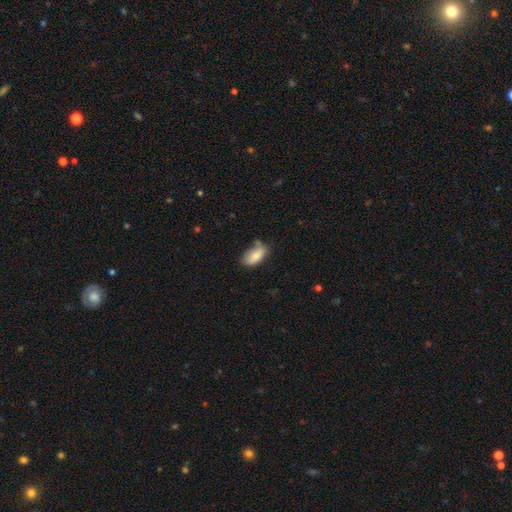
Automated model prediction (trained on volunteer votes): Smooth or featured: smooth — 77% (featured or disk — 16%)
How rounded: in between — 90% (cigar-shaped — 7%)
Merging: none — 56% (minor disturbance — 29%)